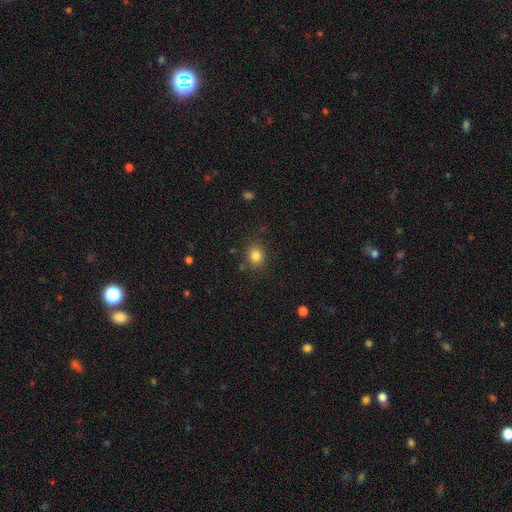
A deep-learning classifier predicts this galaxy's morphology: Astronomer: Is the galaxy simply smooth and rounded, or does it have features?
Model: smooth — 84%.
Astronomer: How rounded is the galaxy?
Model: round — 66%.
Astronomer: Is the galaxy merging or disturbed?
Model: none — 84%.